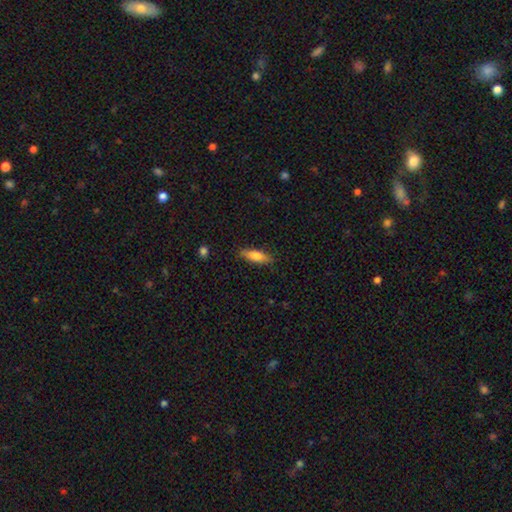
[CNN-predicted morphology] Smooth or featured? smooth (72%)
How rounded? cigar-shaped (50%)
Merging? none (84%)